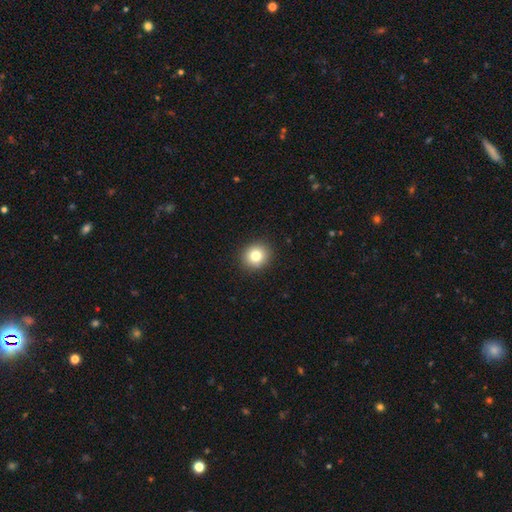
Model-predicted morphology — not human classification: A smooth galaxy with no disk features (80%) that is round (84%). Merging: none (91%).